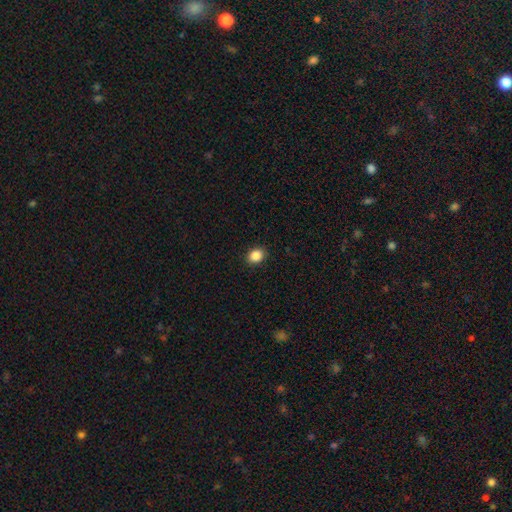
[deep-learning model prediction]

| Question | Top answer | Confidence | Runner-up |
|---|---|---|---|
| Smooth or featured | smooth | 86% | star or artifact (10%) |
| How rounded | round | 53% | in between (46%) |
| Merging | none | 91% | minor disturbance (6%) |